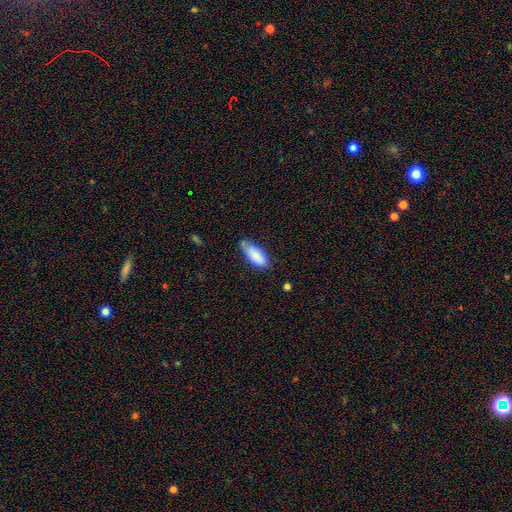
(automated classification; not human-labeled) Smooth or featured? Predicted: smooth (p=0.84). How rounded? Predicted: in between (p=0.80). Merging? Predicted: none (p=0.60).